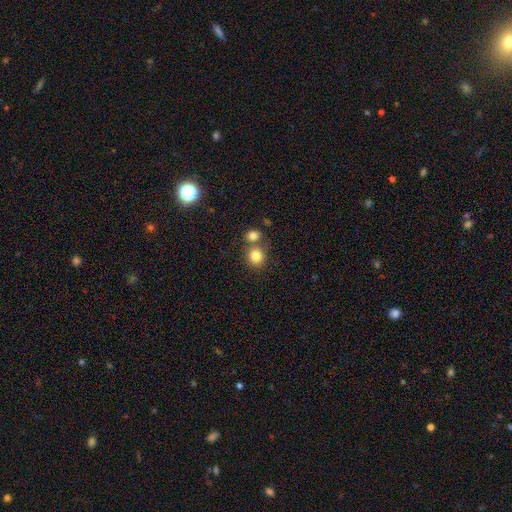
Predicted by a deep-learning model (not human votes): This appears to be a smooth galaxy with no disk features (82%) that is round (81%). Merging: none (60%).